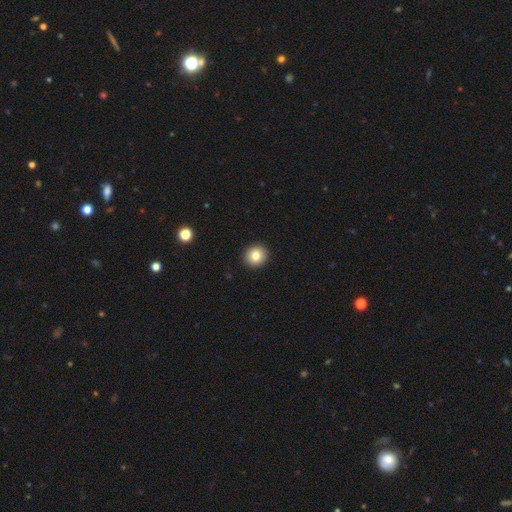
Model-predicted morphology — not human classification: Smooth or featured? smooth (82%)
How rounded? round (89%)
Merging? none (93%)